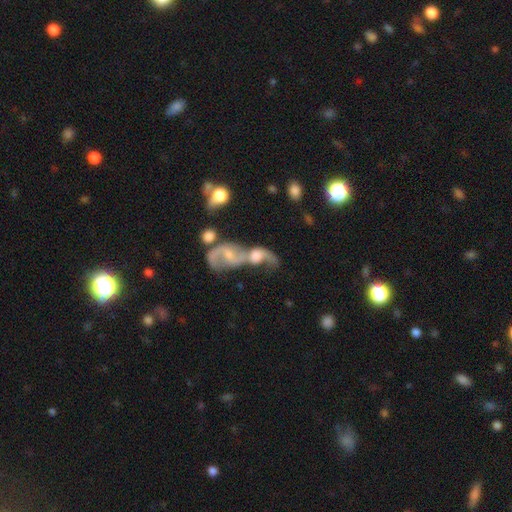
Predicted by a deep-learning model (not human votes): Smooth or featured? Predicted: featured or disk (p=0.65). Edge-on disk? Predicted: no (p=0.93). Bar? Predicted: no (p=0.58). Spiral arms? Predicted: yes (p=0.78). Bulge size? Predicted: small (p=0.40). Merging? Predicted: merger (p=0.67).